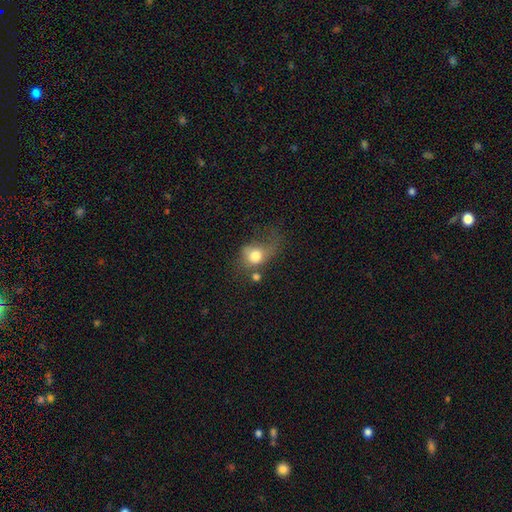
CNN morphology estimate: A smooth galaxy with no disk features (72%) that is round (55%).

Vote fractions:
- Smooth or featured? smooth: 72% / featured or disk: 18% / star or artifact: 11%
- How rounded? round: 55% / in between: 44% / cigar-shaped: 1%
- Merging? major disturbance: 40% / none: 23% / minor disturbance: 22% / merger: 15%